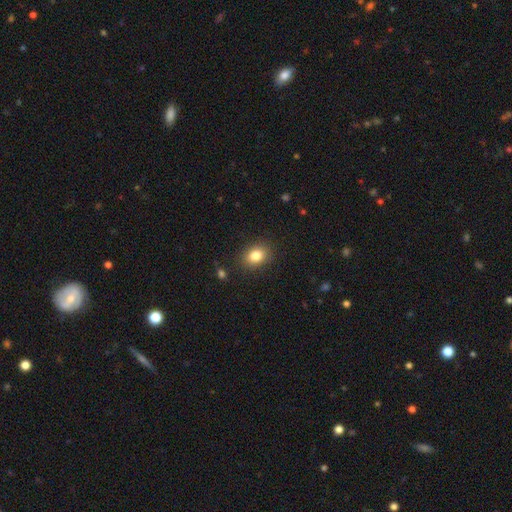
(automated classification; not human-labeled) This appears to be a smooth galaxy with no disk features (83%) that is in between round and cigar-shaped (59%). Merging: none (87%).